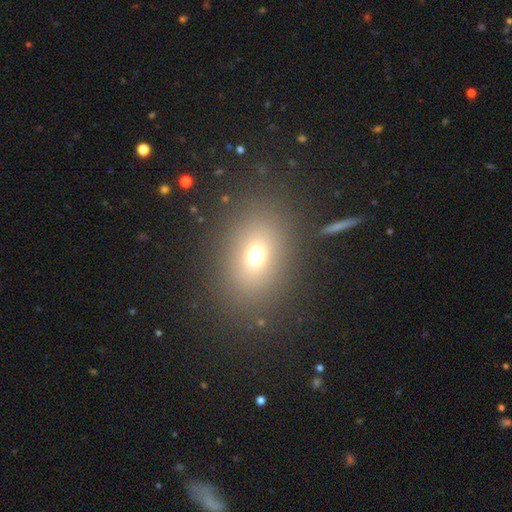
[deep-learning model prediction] Smooth or featured? Predicted: smooth (p=0.69). How rounded? Predicted: in between (p=0.63). Merging? Predicted: none (p=0.83).